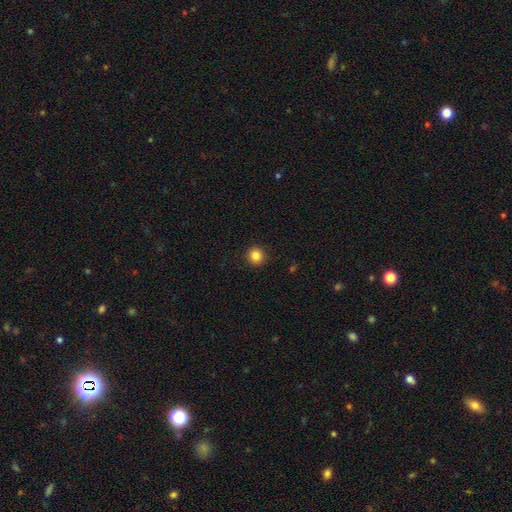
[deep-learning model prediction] Smooth or featured?
  - smooth: 85% *
  - star or artifact: 11%
  - featured or disk: 4%
How rounded?
  - round: 92% *
  - in between: 7%
  - cigar-shaped: 1%
Merging?
  - none: 92% *
  - minor disturbance: 5%
  - major disturbance: 2%
  - merger: 1%